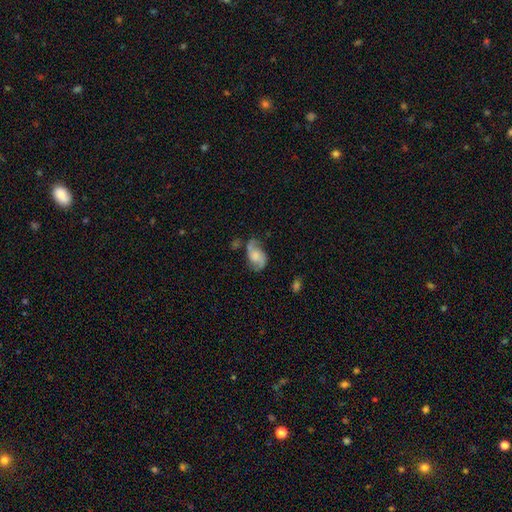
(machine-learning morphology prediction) This is likely a featured or disk galaxy (73%). It is clearly not viewed edge-on (97%). Bar: likely no (62%). Spiral arm pattern: clearly yes (93%). Spiral arm count: clearly 2 (89%). Spiral winding: possibly loose (48%). Central bulge: marginally moderate (30%). Merging: likely none (63%).